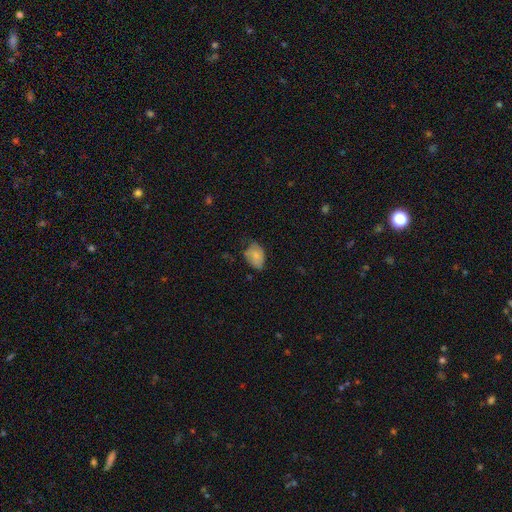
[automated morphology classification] A smooth galaxy with no disk features (77%) that is in between round and cigar-shaped (82%).

Vote fractions:
- Smooth or featured? smooth: 77% / featured or disk: 14% / star or artifact: 8%
- How rounded? in between: 82% / round: 16% / cigar-shaped: 1%
- Merging? none: 49% / minor disturbance: 38% / major disturbance: 11% / merger: 2%